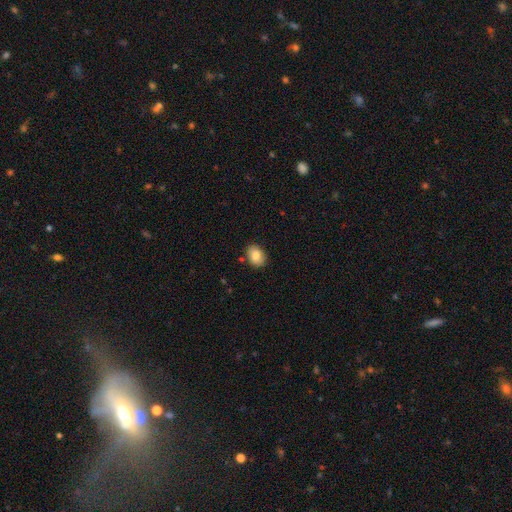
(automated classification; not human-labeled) Smooth or featured? smooth (85%)
How rounded? in between (70%)
Merging? none (84%)